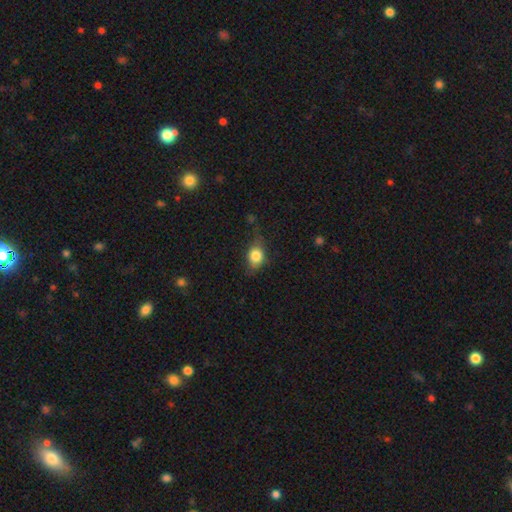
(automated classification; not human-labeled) Morphology: type=smooth (80%); roundness=in between (59%); merging=none (63%).